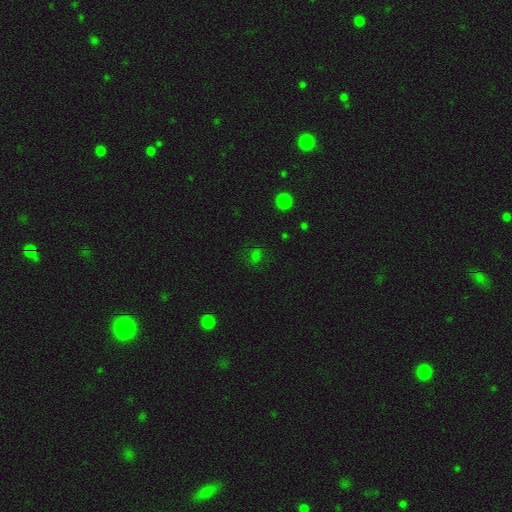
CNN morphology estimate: Smooth or featured? smooth (64%)
How rounded? round (51%)
Merging? none (76%)